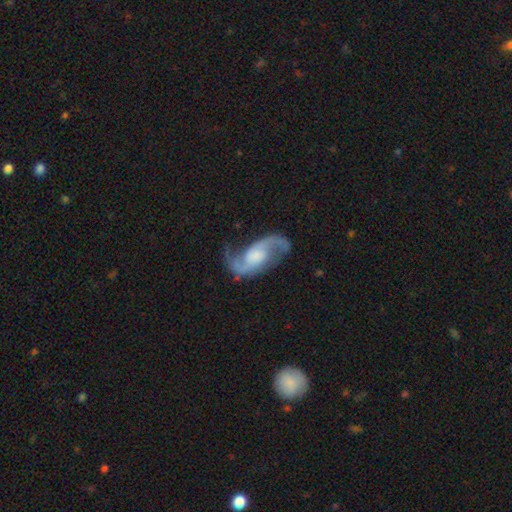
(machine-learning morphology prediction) smooth-or-featured: featured or disk: 91% | smooth: 4% | star or artifact: 4%
  disk-edge-on: no: 97% | yes: 3%
    bar: no: 51% | weak: 38% | strong: 12%
    has-spiral-arms: yes: 98% | no: 2%
      spiral-winding: loose: 49% | medium: 43% | tight: 9%
      spiral-arm-count: 2: 94% | 1: 2% | can't tell: 2% | 3: 1% | 4: 1% | more than 4: 1%
    bulge-size: small: 34% | moderate: 32% | none: 19% | large: 14% | dominant: 2%
  merging: none: 75% | minor disturbance: 15% | major disturbance: 8% | merger: 2%